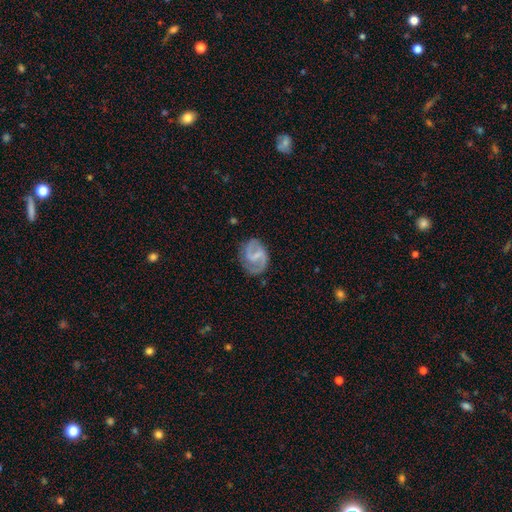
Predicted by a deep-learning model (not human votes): A featured or disk galaxy (83%) with a weak bar (51%), 2 (90%) medium (52%) spiral arms (94%) and no central bulge (43%).

Vote fractions:
- Smooth or featured? featured or disk: 83% / smooth: 12% / star or artifact: 5%
- Edge-on disk? no: 98% / yes: 2%
- Bar? weak: 51% / strong: 32% / no: 18%
- Spiral arms? yes: 94% / no: 6%
- Spiral winding? medium: 52% / loose: 27% / tight: 20%
- Spiral arm count? 2: 90% / can't tell: 4% / 1: 3% / 3: 1% / 4: 1% / more than 4: 1%
- Bulge size? none: 43% / small: 40% / moderate: 14% / large: 2% / dominant: 1%
- Merging? none: 76% / minor disturbance: 16% / major disturbance: 6% / merger: 2%